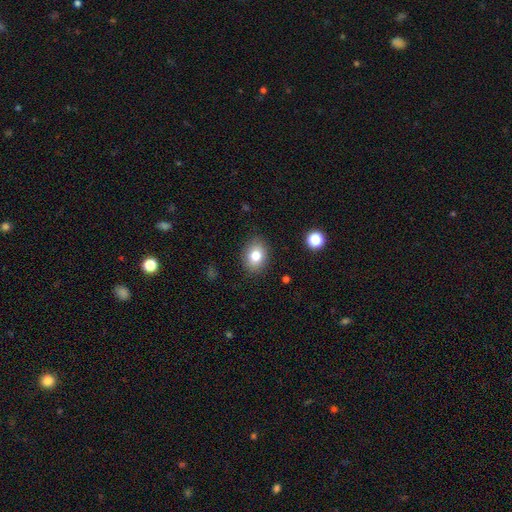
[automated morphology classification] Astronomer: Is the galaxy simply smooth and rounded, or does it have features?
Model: smooth — 80%.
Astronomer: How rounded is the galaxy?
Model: in between — 62%.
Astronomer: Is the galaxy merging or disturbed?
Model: none — 86%.